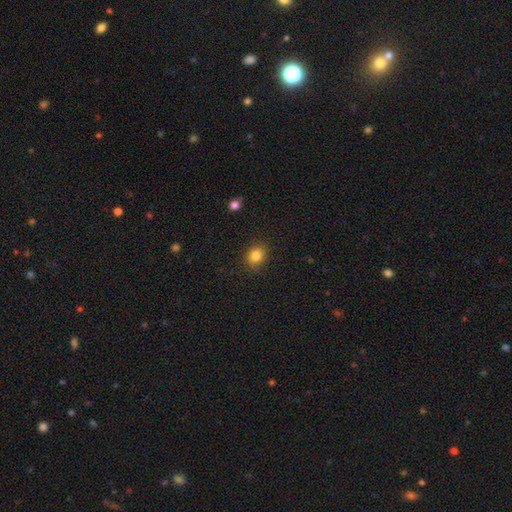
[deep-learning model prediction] A smooth galaxy with no disk features (83%) that is round (62%). Merging: none (85%).